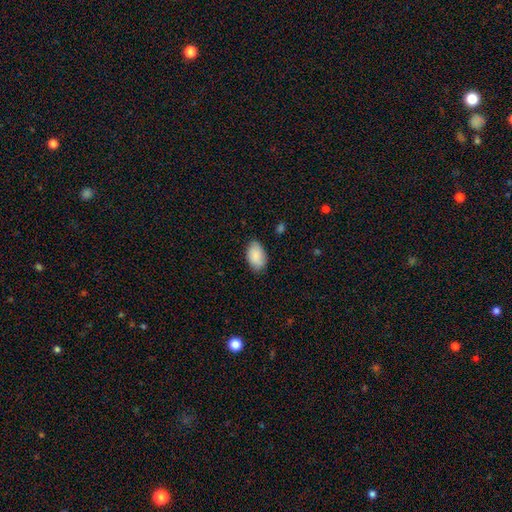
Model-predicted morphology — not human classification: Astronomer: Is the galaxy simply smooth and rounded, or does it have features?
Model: smooth — 88%.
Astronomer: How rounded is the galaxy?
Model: in between — 93%.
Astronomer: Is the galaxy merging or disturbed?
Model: none — 81%.